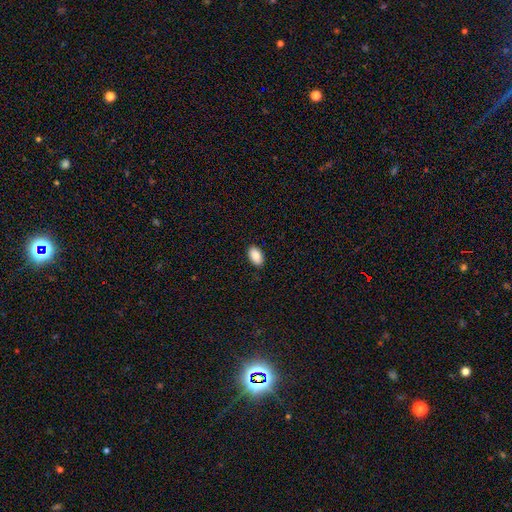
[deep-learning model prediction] Overall: smooth (88%). How rounded: in between (93%). Merging: none (88%).